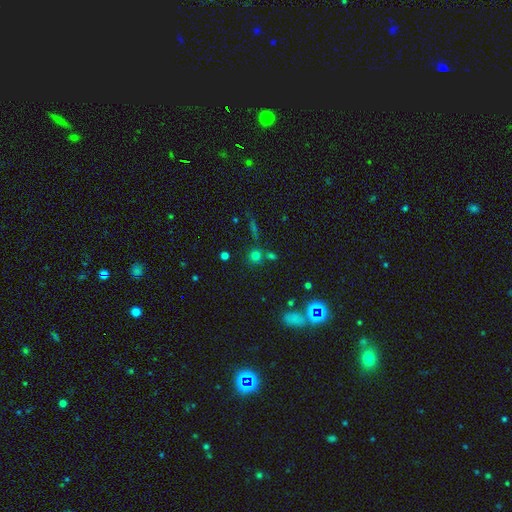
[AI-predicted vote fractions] smooth 68%, star or artifact 23%, featured or disk 9%. Down the decision tree: how rounded — round (89%); merging — none (72%).